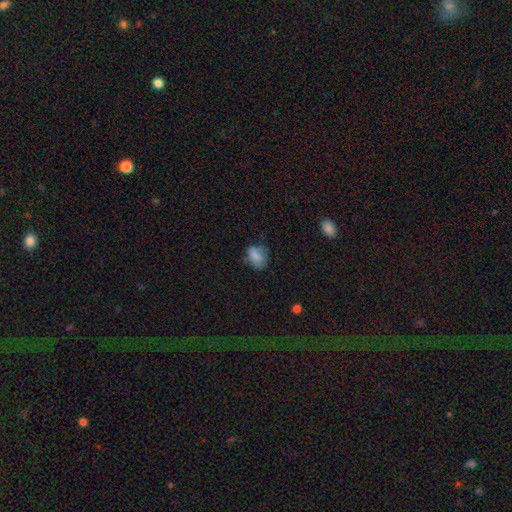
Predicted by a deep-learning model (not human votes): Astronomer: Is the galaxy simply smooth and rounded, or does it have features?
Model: smooth — 76%.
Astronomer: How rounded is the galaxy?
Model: in between — 67%.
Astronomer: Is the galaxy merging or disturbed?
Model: none — 54% (runner-up: minor disturbance, 31%).